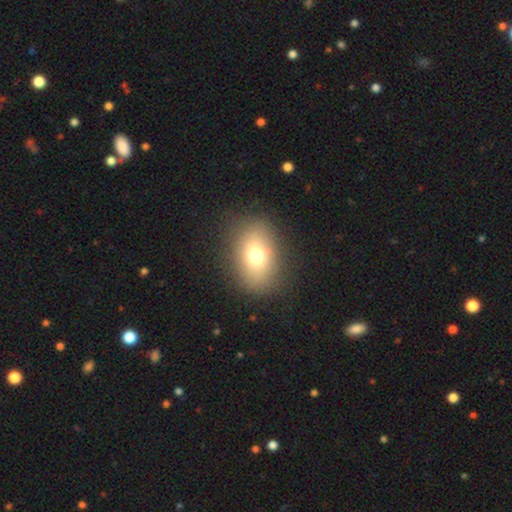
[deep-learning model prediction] A smooth galaxy with no disk features (72%) that is in between round and cigar-shaped (75%).

Vote fractions:
- Smooth or featured? smooth: 72% / featured or disk: 16% / star or artifact: 12%
- How rounded? in between: 75% / round: 23% / cigar-shaped: 2%
- Merging? none: 84% / minor disturbance: 10% / major disturbance: 5% / merger: 1%